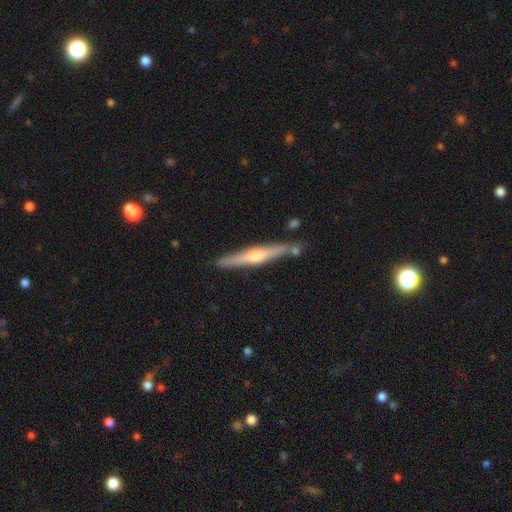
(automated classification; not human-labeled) Smooth or featured? featured or disk (71%)
Edge-on disk? yes (97%)
Edge-on bulge? rounded (81%)
Merging? none (85%)